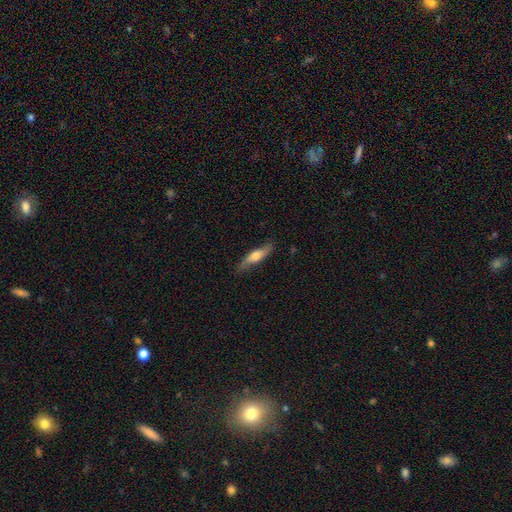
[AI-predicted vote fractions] Morphology: type=smooth (49%); merging=none (80%).